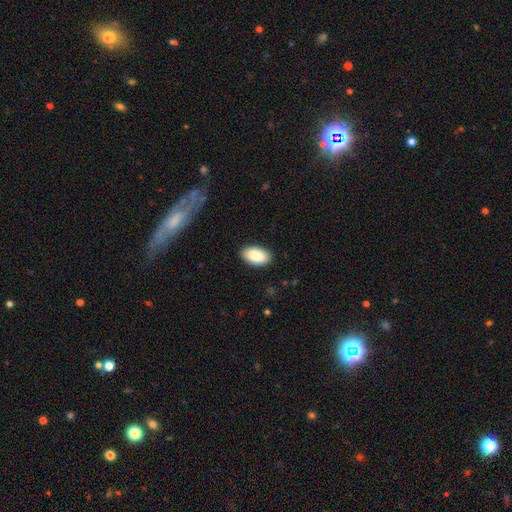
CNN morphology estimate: Overall: smooth (87%). How rounded: in between (95%). Merging: none (88%).